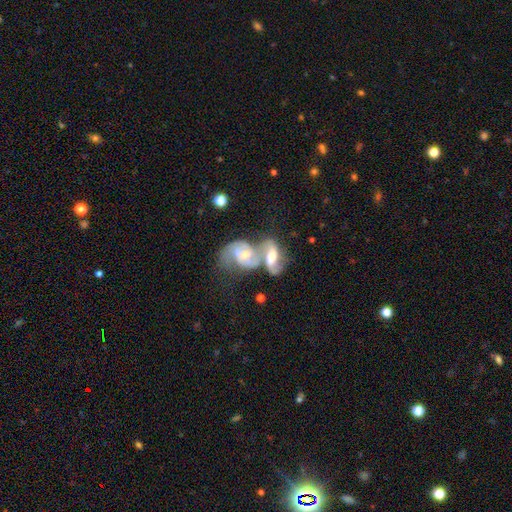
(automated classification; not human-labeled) This is likely a featured or disk galaxy (72%). It is clearly not viewed edge-on (95%). Bar: possibly no (52%). Spiral arm pattern: clearly yes (84%). Spiral arm count: likely 2 (76%). Spiral winding: marginally medium (41%). Central bulge: possibly moderate (51%). Merging: likely merger (74%).